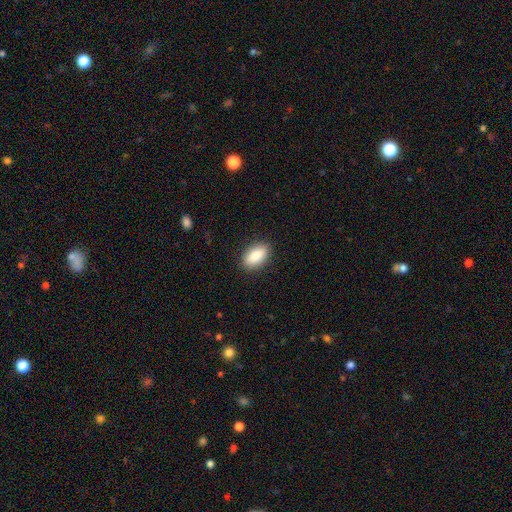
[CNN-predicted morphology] type=smooth (88%); roundness=in between (92%); merging=none (88%).